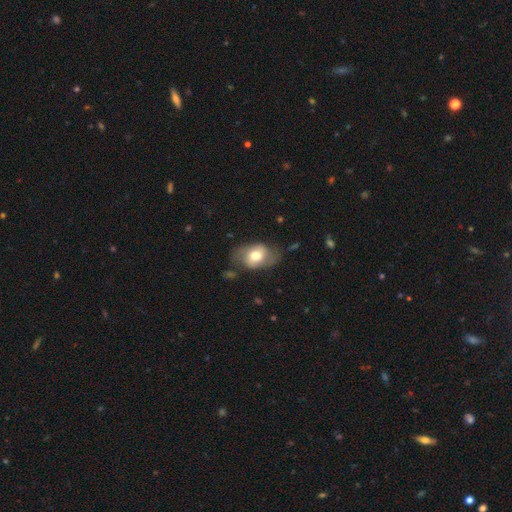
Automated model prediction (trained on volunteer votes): Morphology: type=smooth (55%); roundness=in between (80%); merging=none (58%).